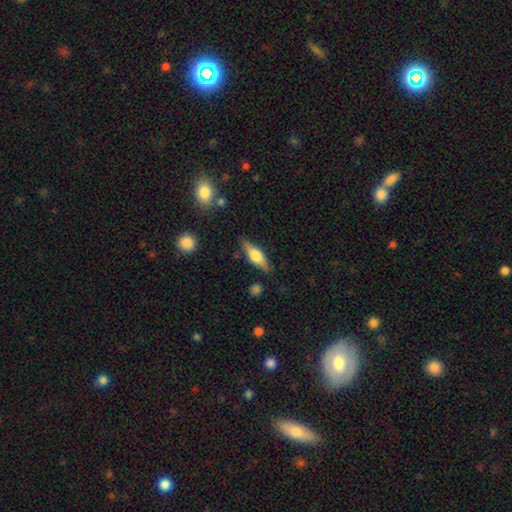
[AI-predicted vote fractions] A featured or disk galaxy (51%) viewed edge-on (93%).

Vote fractions:
- Smooth or featured? featured or disk: 51% / smooth: 42% / star or artifact: 7%
- Edge-on disk? yes: 93% / no: 7%
- Merging? none: 84% / minor disturbance: 12% / major disturbance: 3% / merger: 2%